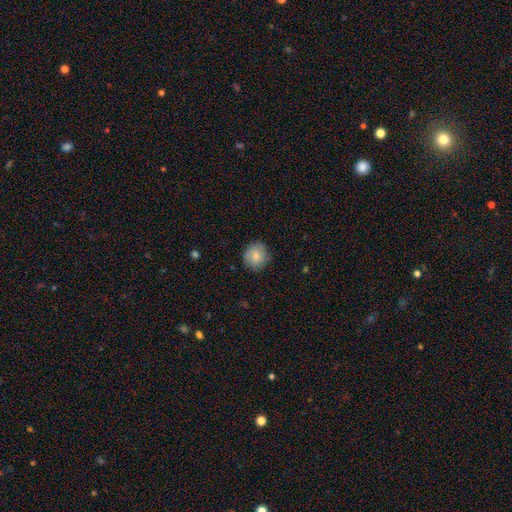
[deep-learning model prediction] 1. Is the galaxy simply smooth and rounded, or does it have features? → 79% smooth, 13% featured or disk, 8% star or artifact.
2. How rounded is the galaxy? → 85% round, 14% in between, 1% cigar-shaped.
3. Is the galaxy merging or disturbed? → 81% none, 15% minor disturbance, 3% major disturbance, 1% merger.